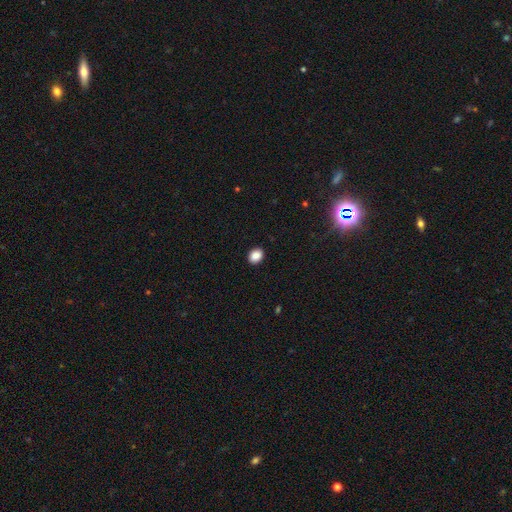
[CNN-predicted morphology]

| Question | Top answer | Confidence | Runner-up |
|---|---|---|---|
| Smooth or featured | smooth | 89% | star or artifact (9%) |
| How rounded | in between | 56% | round (43%) |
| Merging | none | 91% | minor disturbance (6%) |